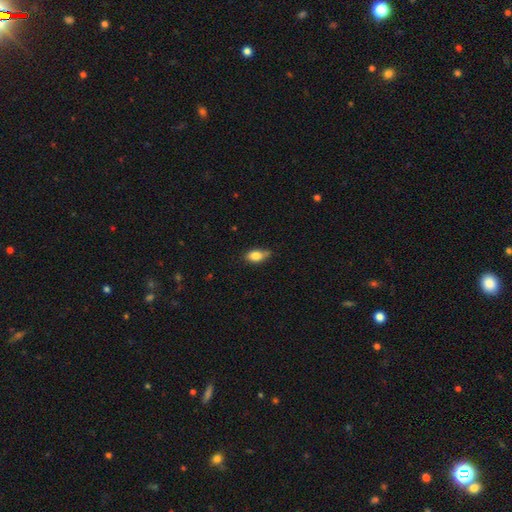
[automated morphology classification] Smooth or featured?
  - smooth: 81% *
  - featured or disk: 11%
  - star or artifact: 8%
How rounded?
  - in between: 83% *
  - round: 12%
  - cigar-shaped: 5%
Merging?
  - none: 58% *
  - minor disturbance: 32%
  - major disturbance: 6%
  - merger: 4%